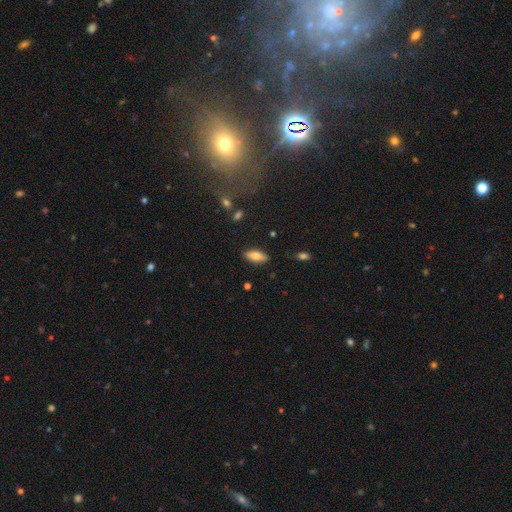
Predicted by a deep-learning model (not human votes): Smooth or featured? Predicted: smooth (p=0.73). How rounded? Predicted: in between (p=0.81). Merging? Predicted: none (p=0.87).